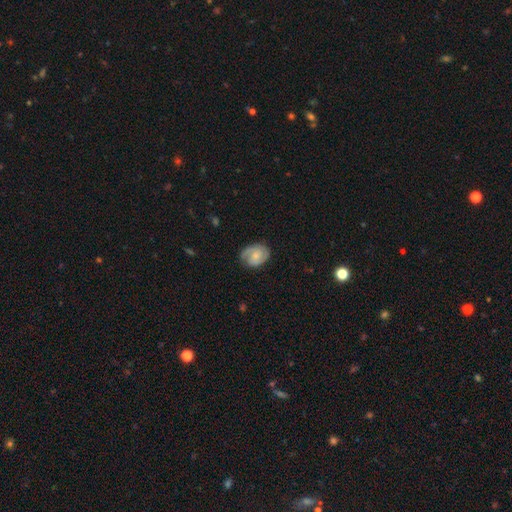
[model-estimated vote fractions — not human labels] This is likely a featured or disk galaxy (63%). It is clearly not viewed edge-on (97%). Bar: likely no (67%). Spiral arm pattern: clearly yes (92%). Spiral arm count: likely 2 (64%). Spiral winding: possibly tight (46%). Central bulge: possibly small (55%). Merging: likely none (70%).